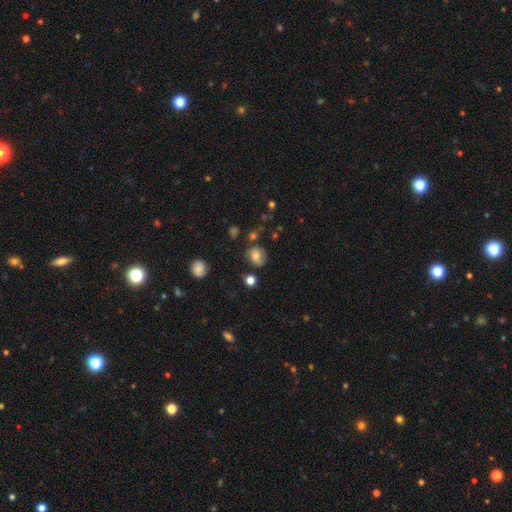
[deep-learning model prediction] This is likely a smooth galaxy (69%). How rounded: likely round (61%). Merging: likely none (65%).